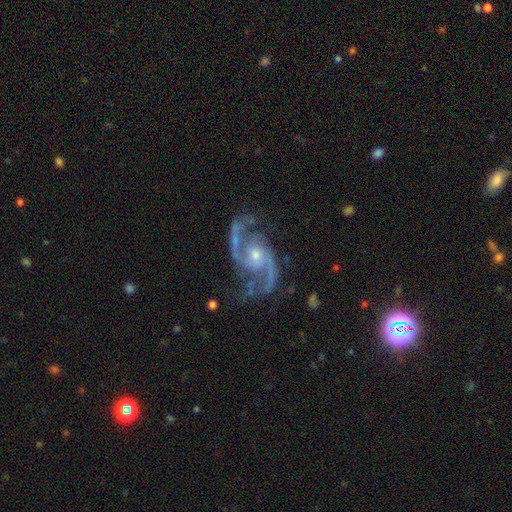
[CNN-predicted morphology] Q: Smooth or featured?
A: featured or disk (93%); runner-up: star or artifact (5%)
Q: Edge-on disk?
A: no (98%); runner-up: yes (2%)
Q: Bar?
A: no (58%); runner-up: weak (32%)
Q: Spiral arms?
A: yes (99%); runner-up: no (1%)
Q: Spiral winding?
A: medium (62%); runner-up: loose (24%)
Q: Spiral arm count?
A: 2 (90%); runner-up: 3 (4%)
Q: Bulge size?
A: small (50%); runner-up: moderate (44%)
Q: Merging?
A: none (75%); runner-up: minor disturbance (16%)